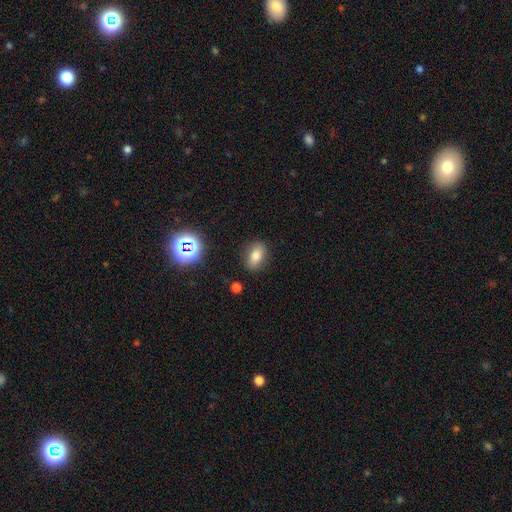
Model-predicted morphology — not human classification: Smooth or featured? smooth (75%)
How rounded? in between (81%)
Merging? none (85%)